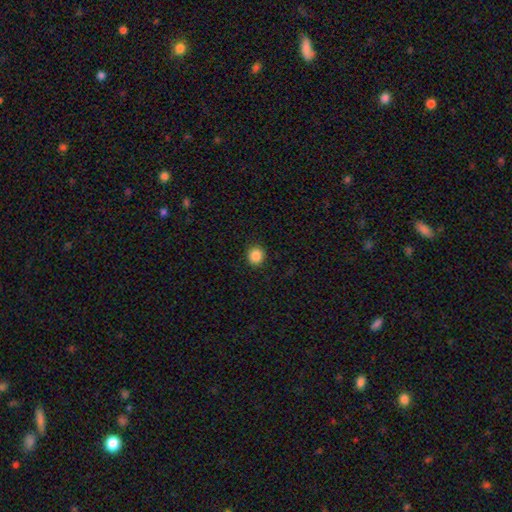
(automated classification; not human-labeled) Q: Smooth or featured?
A: smooth (87%); runner-up: star or artifact (10%)
Q: How rounded?
A: round (87%); runner-up: in between (12%)
Q: Merging?
A: none (92%); runner-up: minor disturbance (5%)